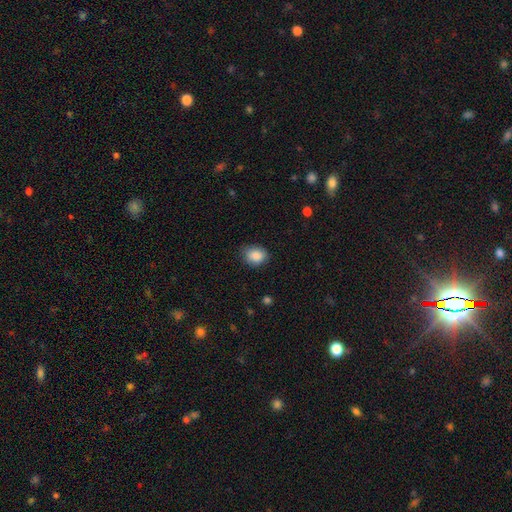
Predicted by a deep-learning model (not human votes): Smooth or featured? smooth (88%)
How rounded? round (51%)
Merging? none (79%)